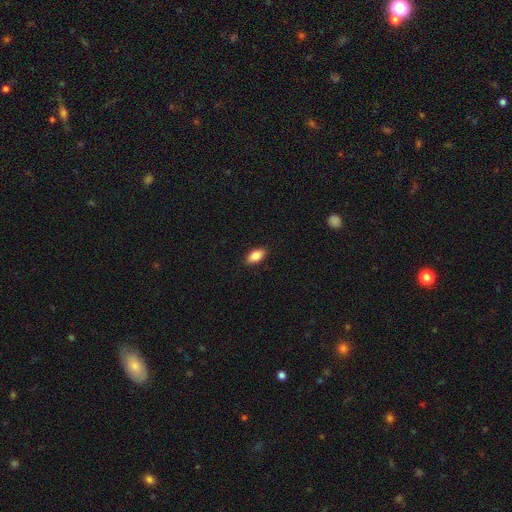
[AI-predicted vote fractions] A smooth galaxy with no disk features (85%) that is in between round and cigar-shaped (91%). Merging: none (89%).